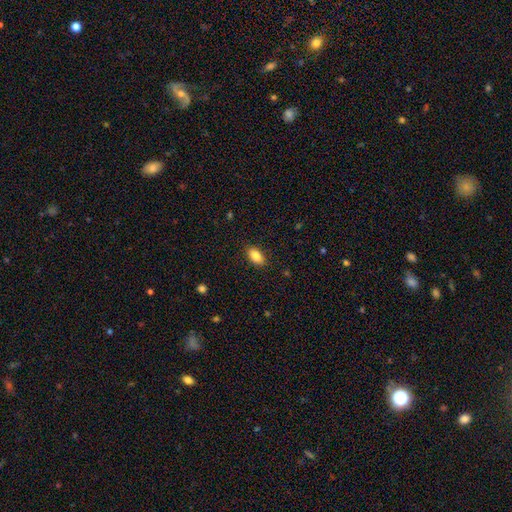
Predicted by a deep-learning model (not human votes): Smooth or featured?
  - smooth: 85% *
  - star or artifact: 8%
  - featured or disk: 7%
How rounded?
  - in between: 91% *
  - round: 5%
  - cigar-shaped: 4%
Merging?
  - none: 88% *
  - minor disturbance: 9%
  - major disturbance: 2%
  - merger: 1%